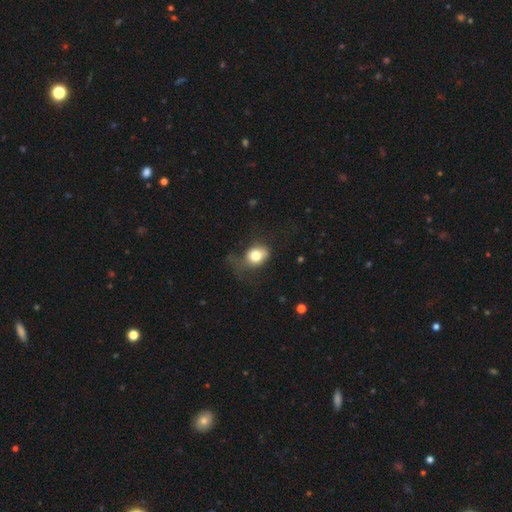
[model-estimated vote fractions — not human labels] A smooth galaxy with no disk features (77%) that is in between round and cigar-shaped (50%). Merging: none (42%).